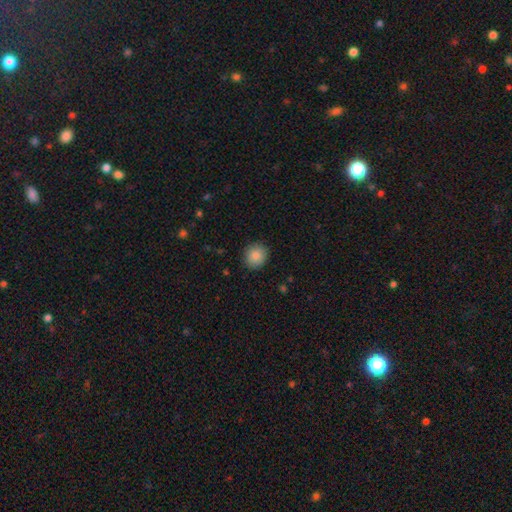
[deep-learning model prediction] smooth-or-featured: smooth: 87% | star or artifact: 8% | featured or disk: 5%
  how-rounded: round: 86% | in between: 13% | cigar-shaped: 1%
  merging: none: 89% | minor disturbance: 8% | major disturbance: 2% | merger: 1%